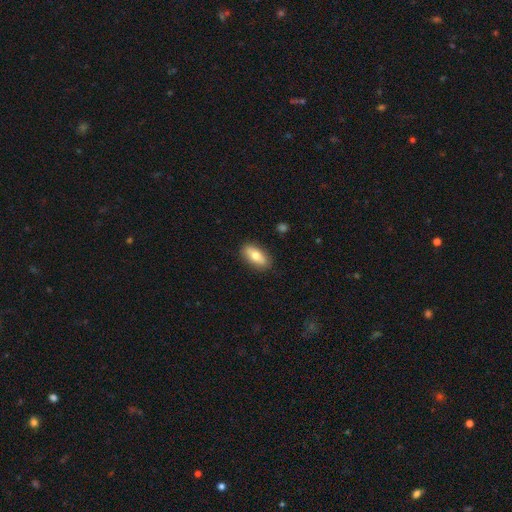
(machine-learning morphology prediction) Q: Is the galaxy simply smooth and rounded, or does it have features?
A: smooth — 74%.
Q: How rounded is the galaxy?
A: in between — 84%.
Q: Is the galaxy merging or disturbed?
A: none — 87%.